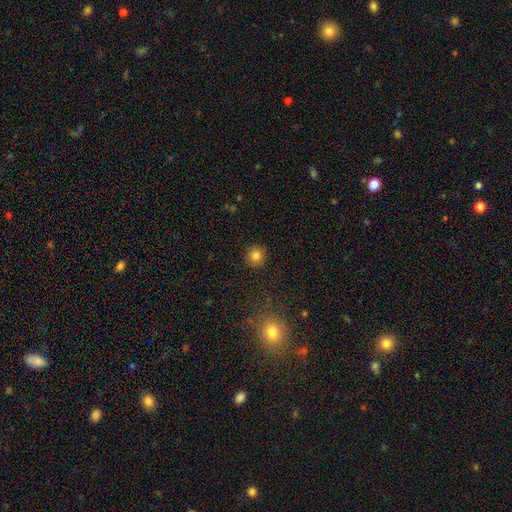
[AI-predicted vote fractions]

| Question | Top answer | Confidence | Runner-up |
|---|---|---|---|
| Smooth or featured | smooth | 82% | star or artifact (12%) |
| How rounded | round | 93% | in between (6%) |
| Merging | none | 91% | minor disturbance (6%) |